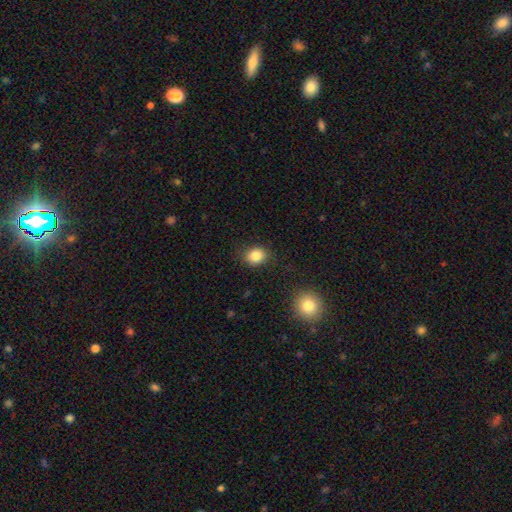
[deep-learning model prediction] smooth 84%, star or artifact 10%, featured or disk 5%. Down the decision tree: how rounded — in between (50%); merging — none (83%).